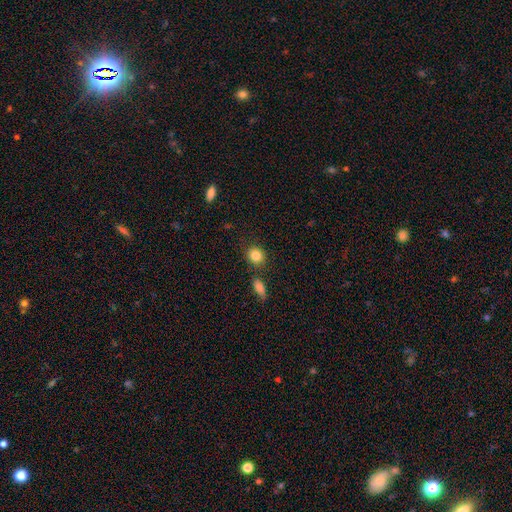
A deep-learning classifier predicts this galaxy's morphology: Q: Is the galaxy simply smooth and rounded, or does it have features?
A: smooth — 85%.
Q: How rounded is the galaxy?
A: round — 76%.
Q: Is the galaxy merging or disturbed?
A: none — 80%.